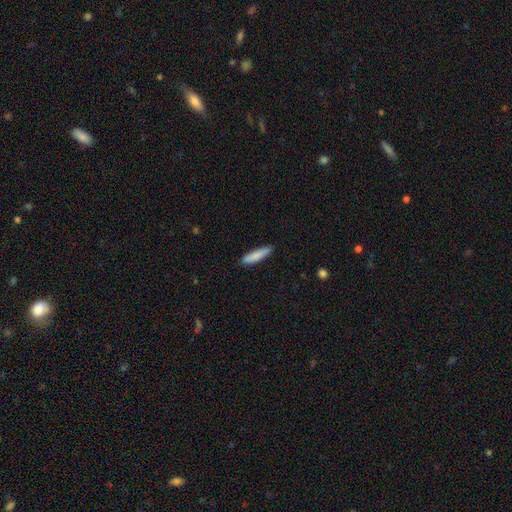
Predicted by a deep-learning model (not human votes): This appears to be a smooth galaxy with no disk features (84%) that is cigar-shaped (84%). Merging: none (87%).